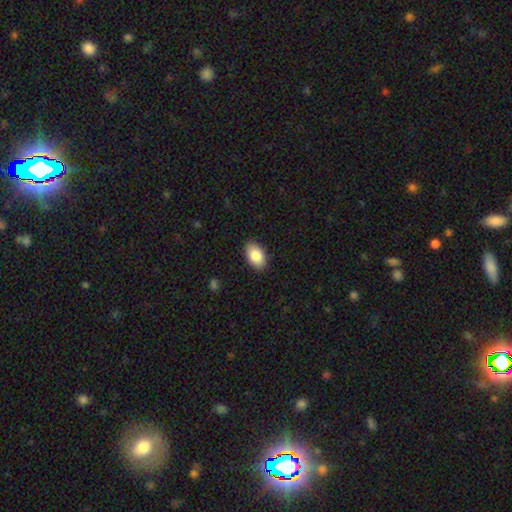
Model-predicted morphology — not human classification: smooth_or_featured: smooth (p=0.86) [alt: featured or disk p=0.07]
how_rounded: in between (p=0.92) [alt: round p=0.07]
merging: none (p=0.88) [alt: minor disturbance p=0.09]